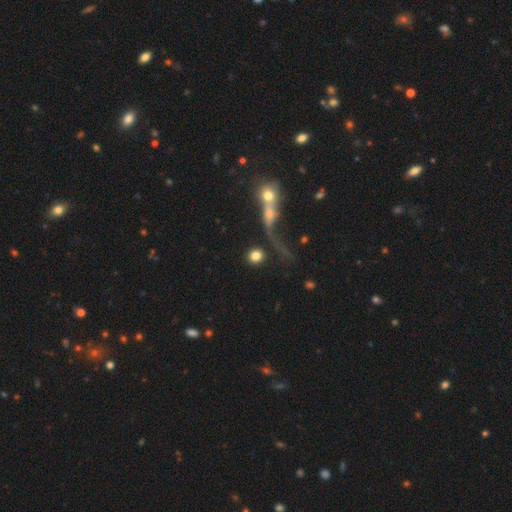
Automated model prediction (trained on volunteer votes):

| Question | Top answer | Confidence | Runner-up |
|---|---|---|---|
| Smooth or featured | smooth | 80% | featured or disk (11%) |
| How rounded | round | 85% | in between (13%) |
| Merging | none | 61% | merger (21%) |